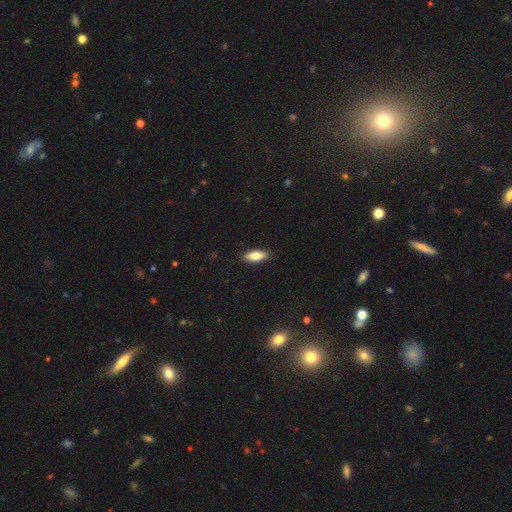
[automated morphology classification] type=smooth (80%); roundness=in between (75%); merging=none (90%).